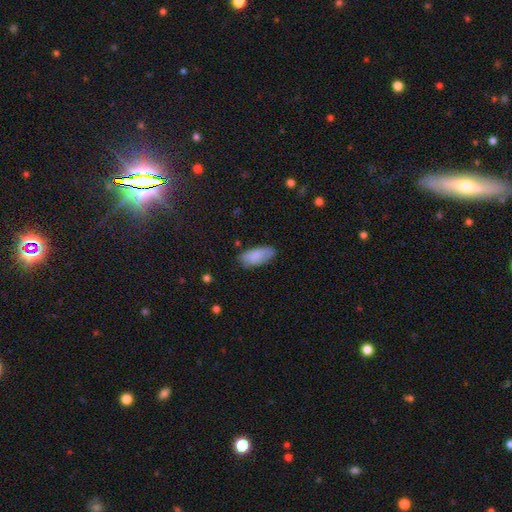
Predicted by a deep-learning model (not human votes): smooth 85%, featured or disk 9%, star or artifact 6%. Down the decision tree: how rounded — in between (88%); merging — none (75%).